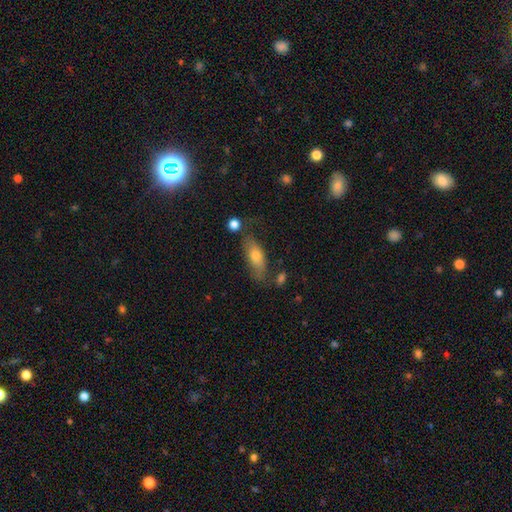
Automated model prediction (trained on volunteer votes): Overall: smooth (67%). How rounded: in between (70%). Merging: none (60%; minor disturbance 23%).